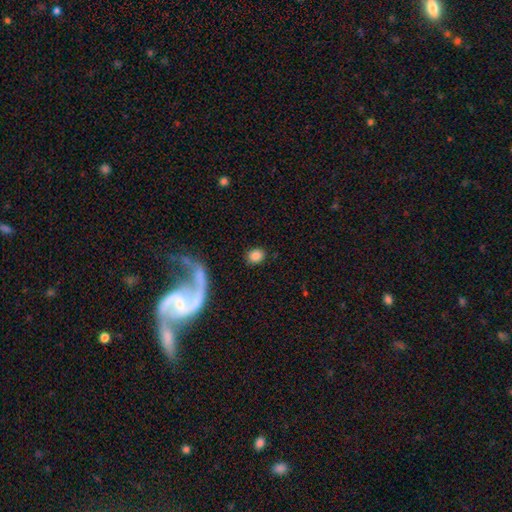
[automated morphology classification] This appears to be a smooth galaxy with no disk features (82%) that is round (62%). Merging: none (86%).